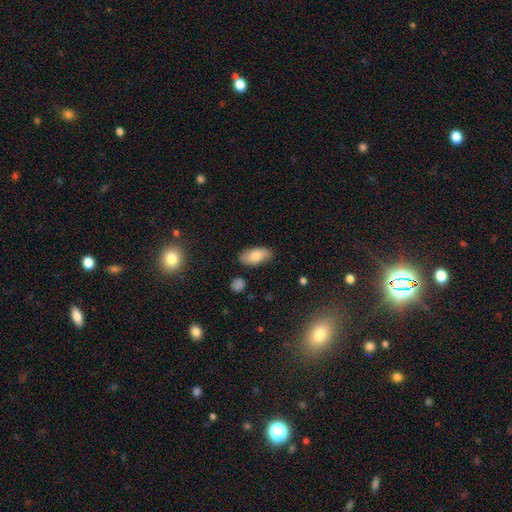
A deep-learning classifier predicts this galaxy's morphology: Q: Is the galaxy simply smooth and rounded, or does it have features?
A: smooth — 79%.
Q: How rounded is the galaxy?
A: in between — 92%.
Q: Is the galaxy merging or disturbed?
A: none — 84%.